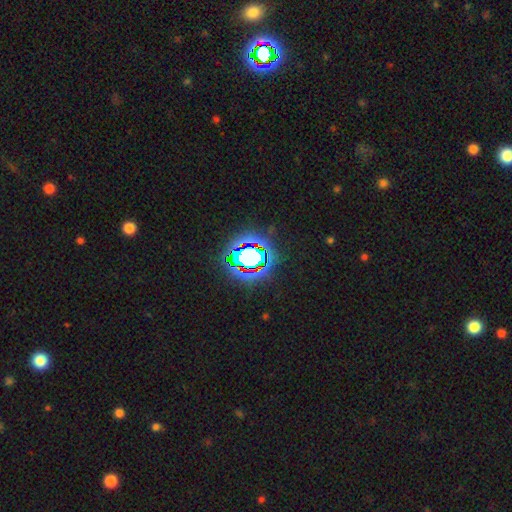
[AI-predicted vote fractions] This is clearly a star or artifact rather than a galaxy (82%).